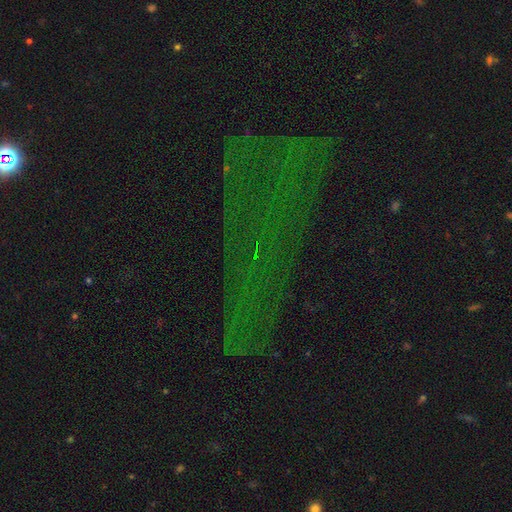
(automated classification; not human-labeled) The model was most divided on "smooth or featured": star or artifact: 81%, smooth: 10%, featured or disk: 9%.